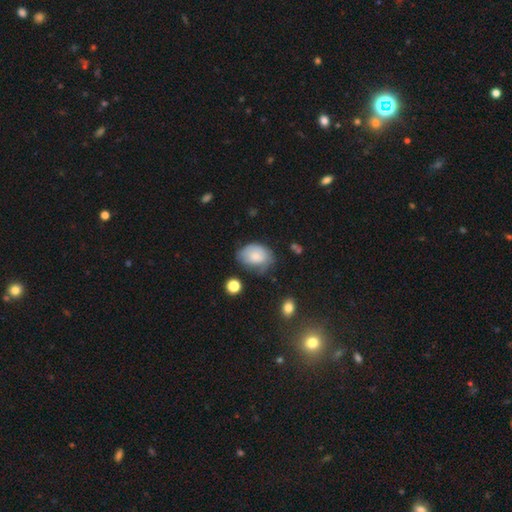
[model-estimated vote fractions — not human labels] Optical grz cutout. It shows a smooth galaxy with no disk features (69%) that is in between round and cigar-shaped (74%). Merging: none (44%).